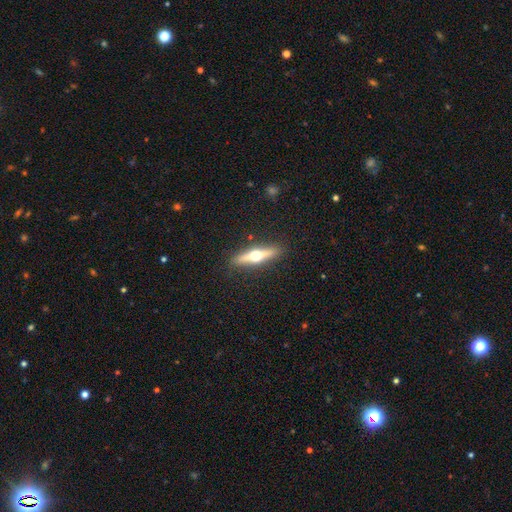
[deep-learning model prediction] smooth_or_featured: featured or disk (p=0.65) [alt: smooth p=0.29]
disk_edge_on: yes (p=0.96) [alt: no p=0.04]
edge_on_bulge: rounded (p=0.96) [alt: boxy p=0.02]
merging: none (p=0.90) [alt: minor disturbance p=0.07]